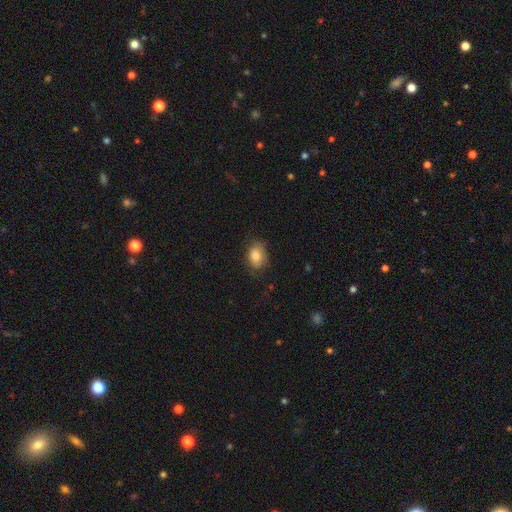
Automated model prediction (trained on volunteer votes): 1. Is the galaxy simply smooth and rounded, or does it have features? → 83% smooth, 9% featured or disk, 8% star or artifact.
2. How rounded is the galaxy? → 73% in between, 26% round, 1% cigar-shaped.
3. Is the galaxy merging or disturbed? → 70% none, 22% minor disturbance, 7% major disturbance, 1% merger.